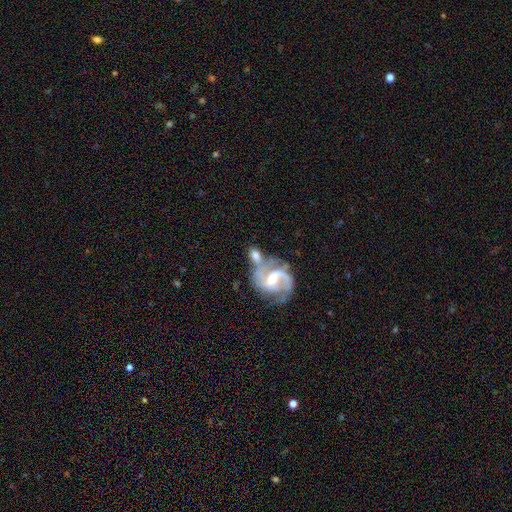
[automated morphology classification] Smooth or featured? Predicted: featured or disk (p=0.67). Edge-on disk? Predicted: no (p=0.96). Bar? Predicted: weak (p=0.49). Spiral arms? Predicted: yes (p=0.90). Spiral winding? Predicted: medium (p=0.51). Spiral arm count? Predicted: 2 (p=0.83). Bulge size? Predicted: moderate (p=0.58). Merging? Predicted: merger (p=0.39).